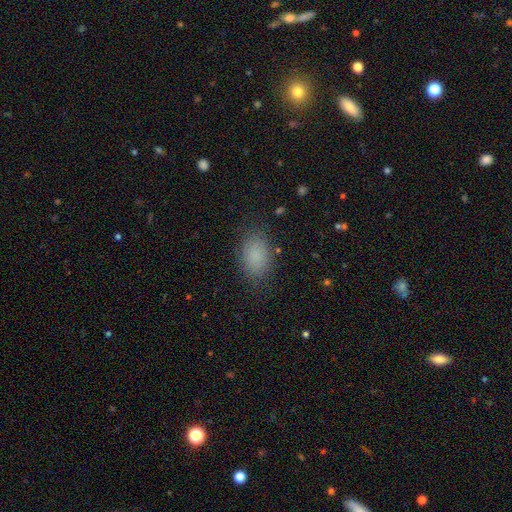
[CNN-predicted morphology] Q: Smooth or featured?
A: smooth (85%); runner-up: star or artifact (10%)
Q: How rounded?
A: in between (87%); runner-up: round (12%)
Q: Merging?
A: none (82%); runner-up: minor disturbance (12%)